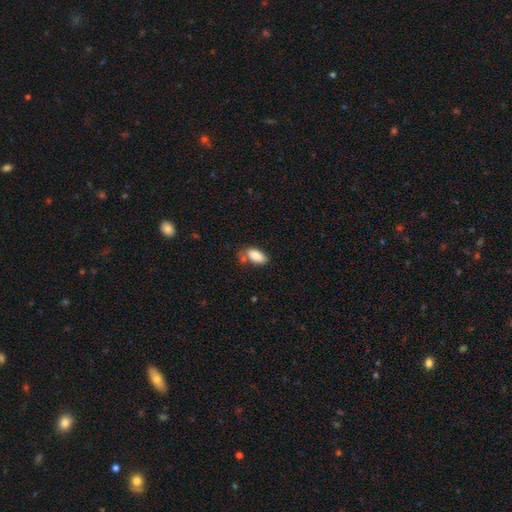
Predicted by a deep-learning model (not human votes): smooth 85%, featured or disk 7%, star or artifact 7%. Down the decision tree: how rounded — in between (88%); merging — none (61%).